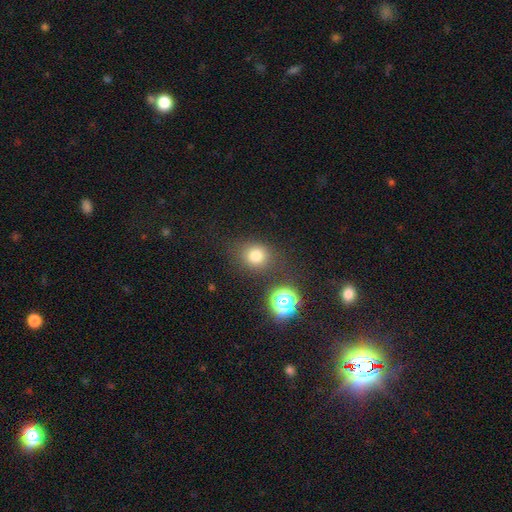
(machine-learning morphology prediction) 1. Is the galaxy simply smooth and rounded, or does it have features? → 76% smooth, 17% star or artifact, 7% featured or disk.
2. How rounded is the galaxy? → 76% round, 23% in between, 1% cigar-shaped.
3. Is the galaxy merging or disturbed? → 77% none, 12% minor disturbance, 7% merger, 5% major disturbance.